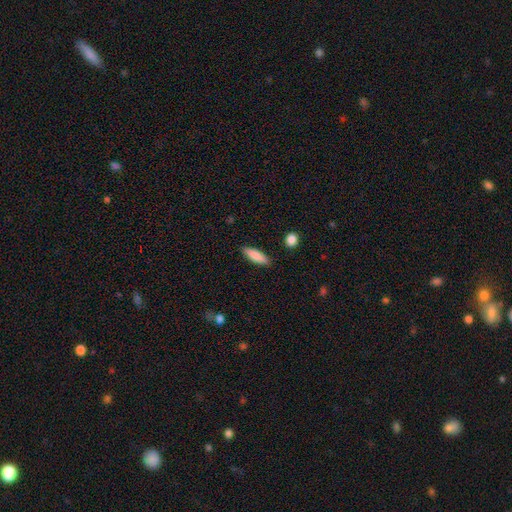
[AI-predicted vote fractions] A smooth galaxy with no disk features (84%) that is cigar-shaped (50%). Merging: none (87%).